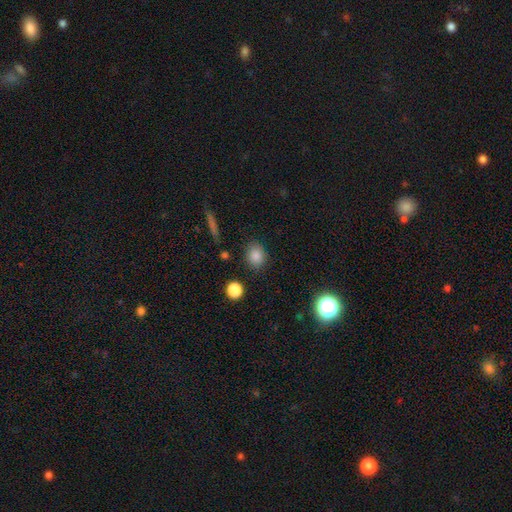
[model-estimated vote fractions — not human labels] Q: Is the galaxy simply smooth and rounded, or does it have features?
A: smooth — 84%.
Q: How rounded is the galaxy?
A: round — 56%.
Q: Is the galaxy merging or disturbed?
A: none — 85%.